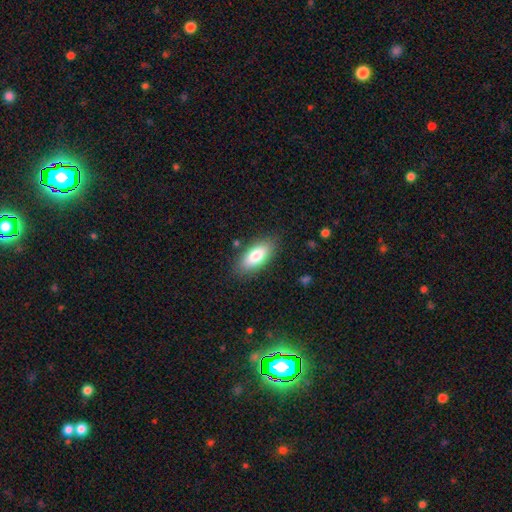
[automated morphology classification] The model was most divided on "smooth or featured": smooth: 79%, featured or disk: 14%, star or artifact: 7%. More confident: merging — none (85%); how rounded — in between (84%).